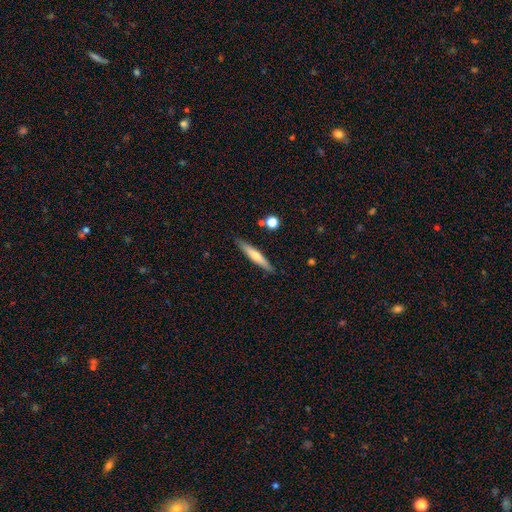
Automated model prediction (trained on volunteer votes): Smooth or featured: smooth — 50% (featured or disk — 43%)
How rounded: cigar-shaped — 92% (in between — 7%)
Merging: none — 88% (minor disturbance — 8%)